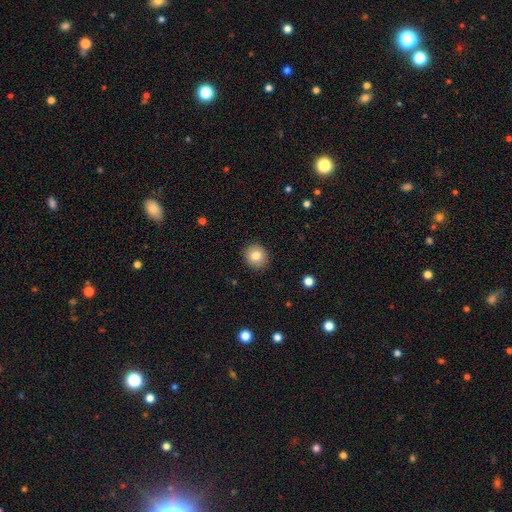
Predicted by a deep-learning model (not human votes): smooth_or_featured: smooth (p=0.81) [alt: featured or disk p=0.10]
how_rounded: round (p=0.84) [alt: in between p=0.15]
merging: none (p=0.90) [alt: minor disturbance p=0.07]